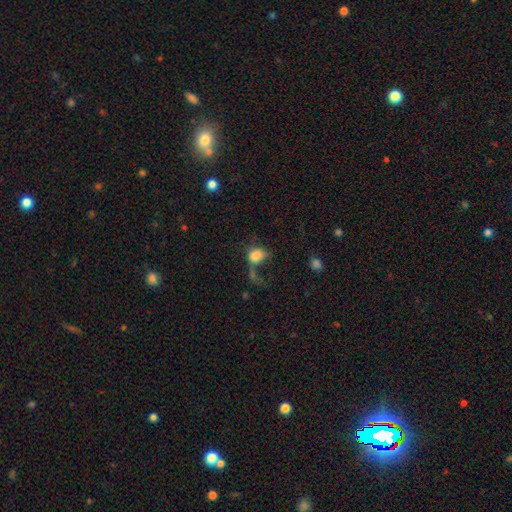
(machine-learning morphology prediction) A smooth galaxy with no disk features (74%) that is in between round and cigar-shaped (54%). Merging: major disturbance (46%).